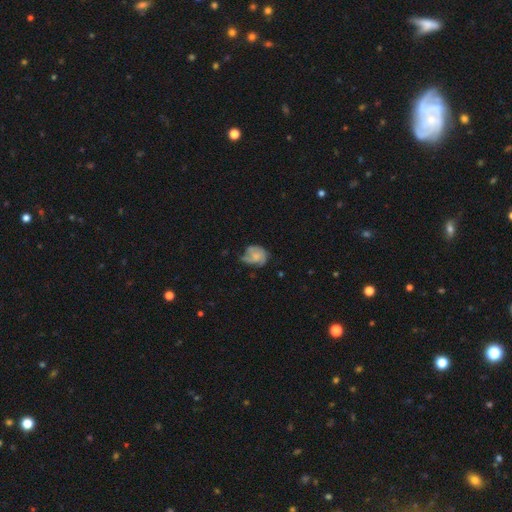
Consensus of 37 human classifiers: Overall: featured or disk (54%; smooth 38%). Edge-on disk: no (95%). Bar: no (84%). Spiral arms: yes (95%). Spiral arm count: 2 (39%; can't tell 33%). Spiral winding: tight (61%; medium 33%). Bulge size: small (47%; moderate 37%). Merging: none (53%; major disturbance 29%).